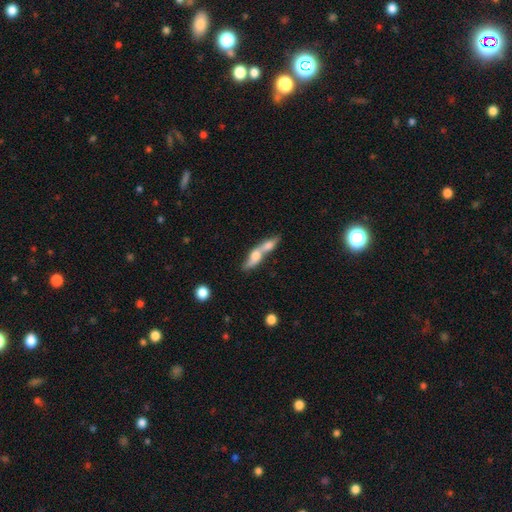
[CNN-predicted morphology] Q: Smooth or featured?
A: smooth (56%); runner-up: featured or disk (36%)
Q: How rounded?
A: in between (46%); runner-up: cigar-shaped (45%)
Q: Merging?
A: merger (75%); runner-up: none (15%)